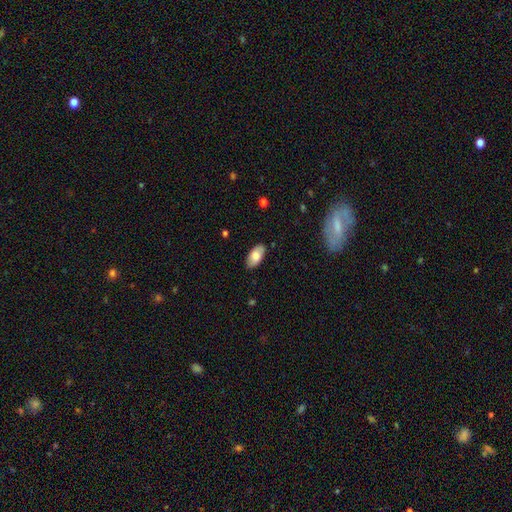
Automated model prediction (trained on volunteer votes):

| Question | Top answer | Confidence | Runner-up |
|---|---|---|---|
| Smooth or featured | smooth | 80% | featured or disk (13%) |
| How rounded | in between | 94% | cigar-shaped (4%) |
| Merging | none | 86% | minor disturbance (11%) |